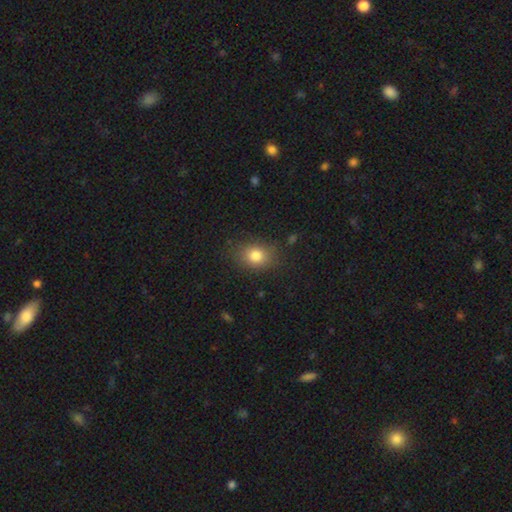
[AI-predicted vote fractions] Q: Smooth or featured?
A: smooth (81%); runner-up: star or artifact (11%)
Q: How rounded?
A: in between (53%); runner-up: round (46%)
Q: Merging?
A: none (82%); runner-up: minor disturbance (13%)